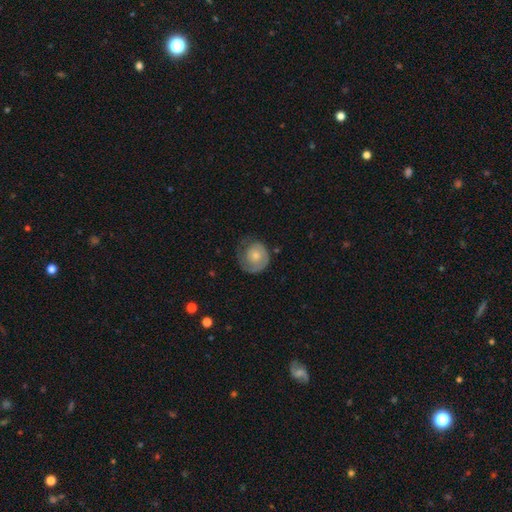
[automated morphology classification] A featured or disk galaxy (49%).

Vote fractions:
- Smooth or featured? featured or disk: 49% / smooth: 45% / star or artifact: 6%
- Merging? none: 55% / minor disturbance: 25% / major disturbance: 19% / merger: 2%